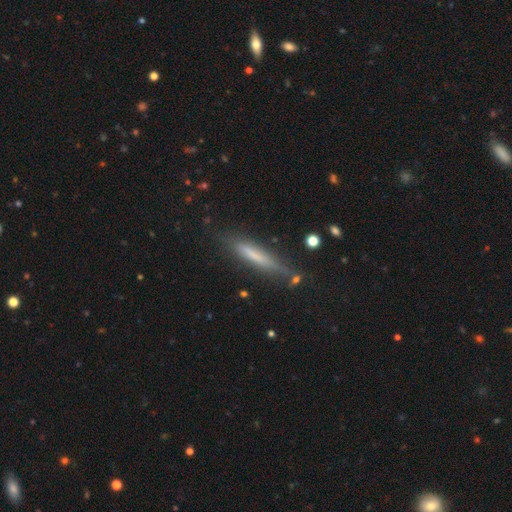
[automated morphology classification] Smooth or featured: smooth — 55% (featured or disk — 36%)
How rounded: cigar-shaped — 91% (in between — 8%)
Merging: none — 77% (minor disturbance — 16%)